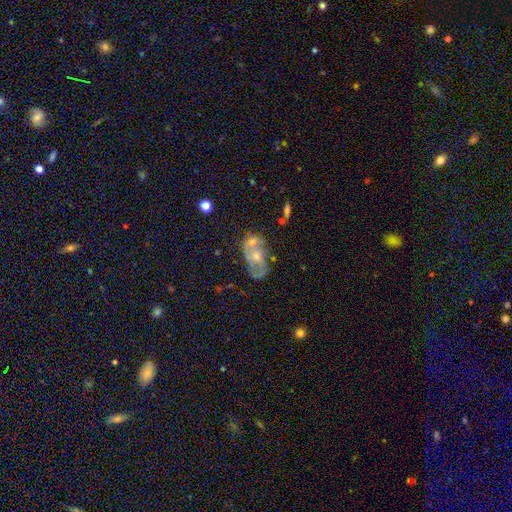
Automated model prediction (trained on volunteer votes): Overall: featured or disk (66%). Edge-on disk: no (95%). Bar: no (76%). Spiral arms: yes (64%; no 36%). Bulge size: moderate (51%; small 40%). Merging: none (48%; merger 21%).